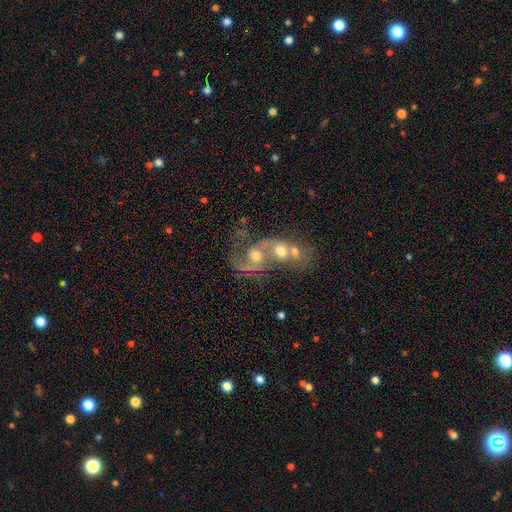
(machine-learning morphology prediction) This appears to be a featured or disk galaxy (62%) with no bar (74%), spiral arms (68%) and a moderate central bulge (58%). Merging: merger (76%).